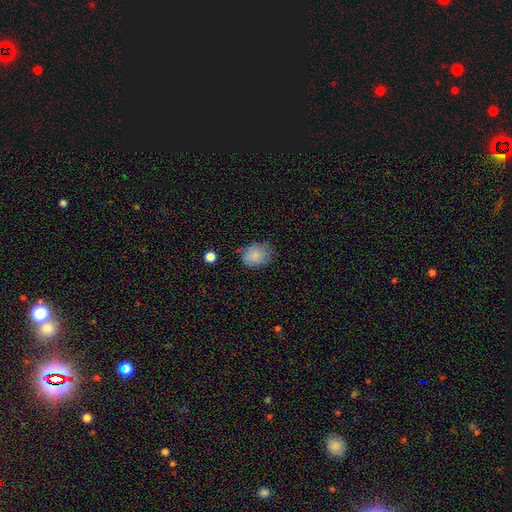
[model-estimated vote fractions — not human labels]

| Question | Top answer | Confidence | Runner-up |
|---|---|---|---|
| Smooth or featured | smooth | 85% | star or artifact (8%) |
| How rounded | in between | 61% | round (38%) |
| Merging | none | 71% | minor disturbance (22%) |